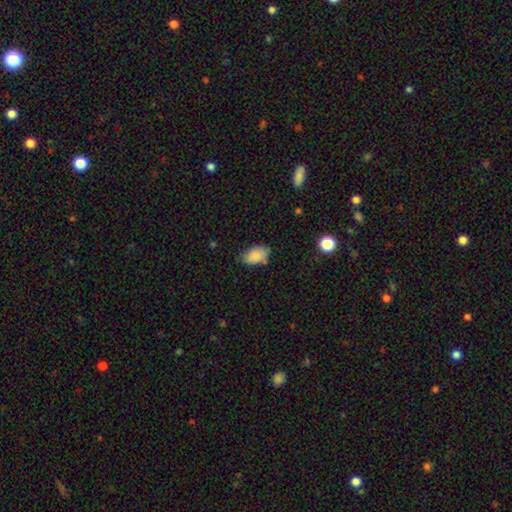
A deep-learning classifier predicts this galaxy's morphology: A smooth galaxy with no disk features (85%) that is in between round and cigar-shaped (91%). Merging: none (69%).